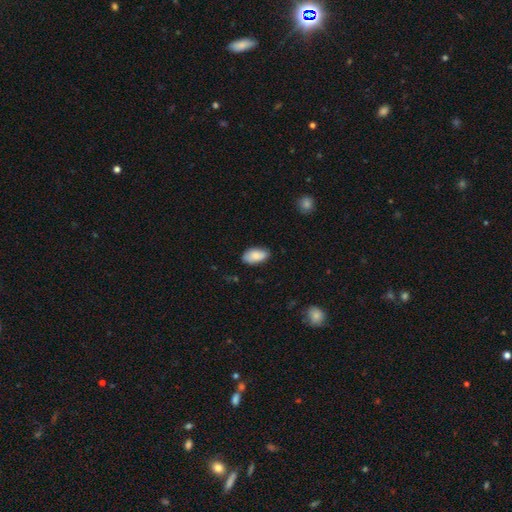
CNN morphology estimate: smooth 86%, featured or disk 8%, star or artifact 6%. Down the decision tree: how rounded — in between (94%); merging — none (77%).